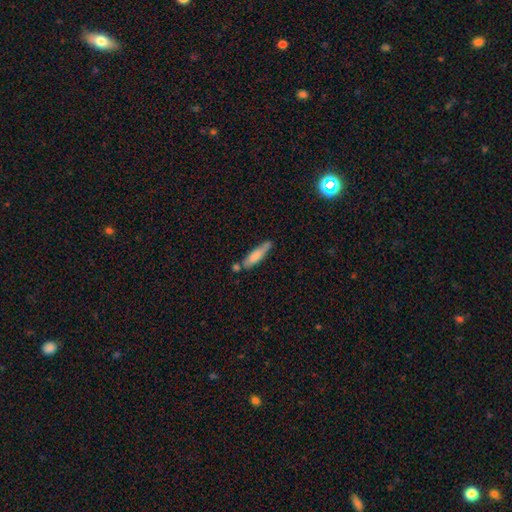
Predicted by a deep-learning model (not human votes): The model was most divided on "merging": none: 55%, minor disturbance: 22%, merger: 17%, major disturbance: 5%. More confident: how rounded — cigar-shaped (79%); smooth or featured — smooth (75%).